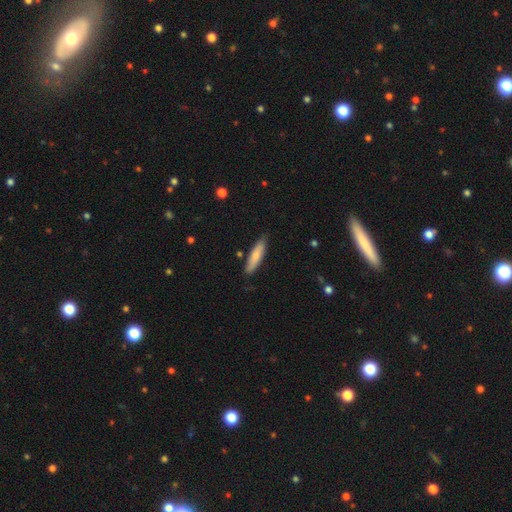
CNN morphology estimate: The model was most divided on "how rounded": cigar-shaped: 77%, in between: 22%, round: 1%. More confident: merging — none (82%); smooth or featured — smooth (78%).